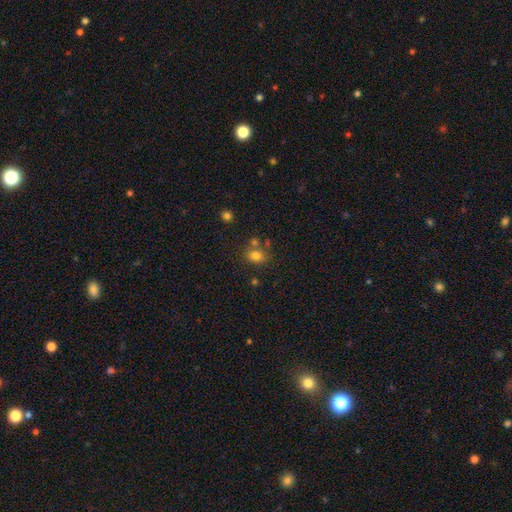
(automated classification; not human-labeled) smooth-or-featured: smooth: 78% | star or artifact: 13% | featured or disk: 9%
  how-rounded: in between: 54% | round: 45% | cigar-shaped: 1%
  merging: none: 62% | merger: 19% | minor disturbance: 14% | major disturbance: 5%